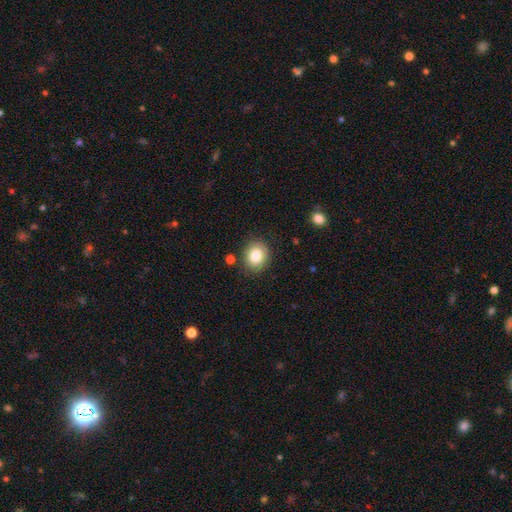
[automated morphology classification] Smooth or featured: smooth — 83% (star or artifact — 9%)
How rounded: round — 66% (in between — 33%)
Merging: none — 84% (minor disturbance — 11%)